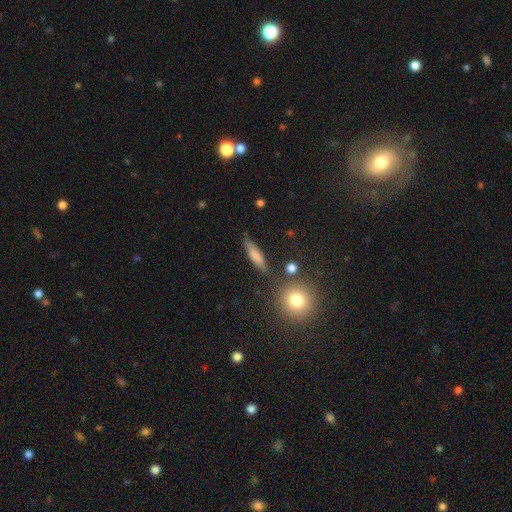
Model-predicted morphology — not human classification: A smooth galaxy with no disk features (68%) that is cigar-shaped (73%). Merging: none (74%).